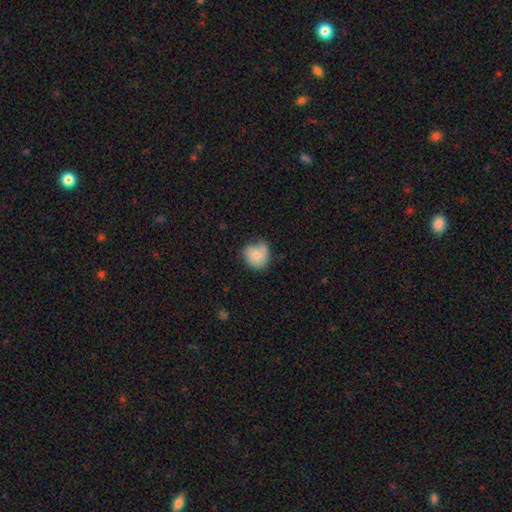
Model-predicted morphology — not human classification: Smooth or featured? smooth (69%)
How rounded? round (70%)
Merging? none (47%)